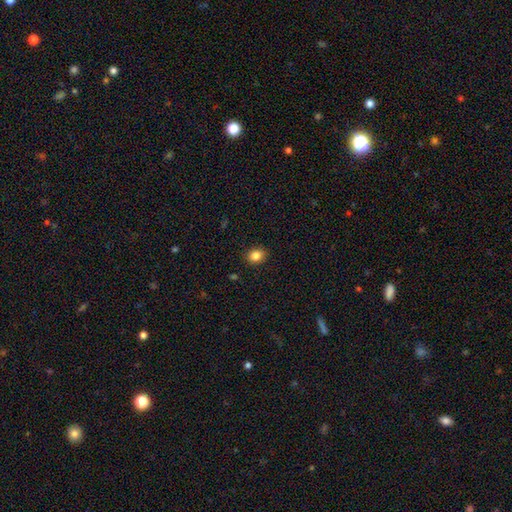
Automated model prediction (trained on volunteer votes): Smooth or featured? smooth (85%)
How rounded? round (54%)
Merging? none (89%)